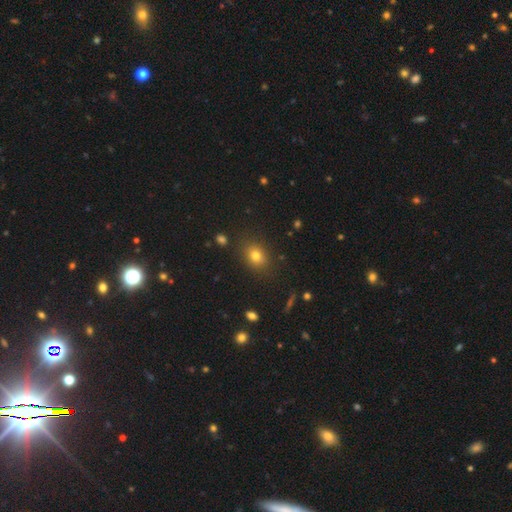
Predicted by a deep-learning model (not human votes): smooth_or_featured: smooth (p=0.77) [alt: star or artifact p=0.14]
how_rounded: in between (p=0.57) [alt: round p=0.41]
merging: none (p=0.84) [alt: minor disturbance p=0.11]